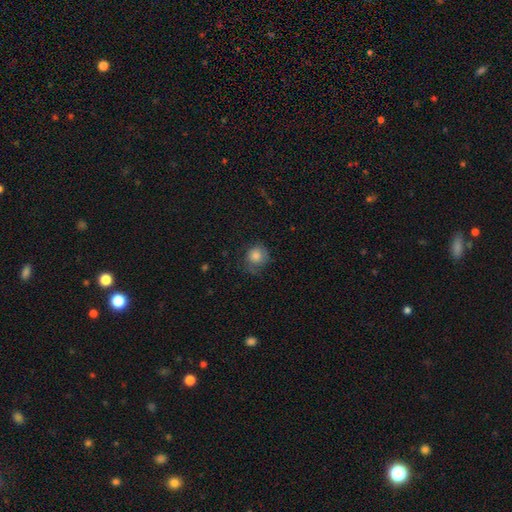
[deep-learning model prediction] Morphology: type=smooth (78%); roundness=round (82%); merging=none (59%).